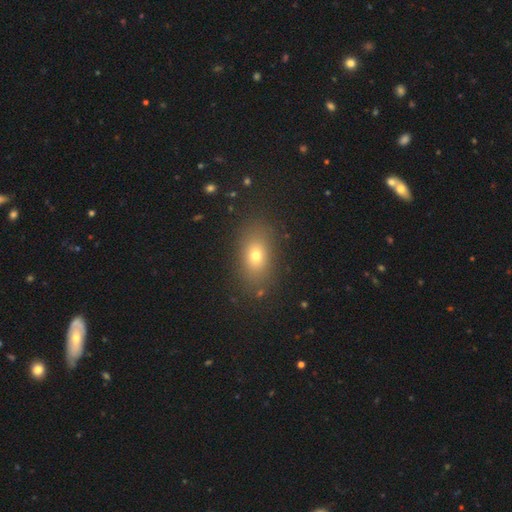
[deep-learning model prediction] The model was most divided on "smooth or featured": smooth: 70%, star or artifact: 15%, featured or disk: 15%. More confident: merging — none (85%); how rounded — in between (78%).